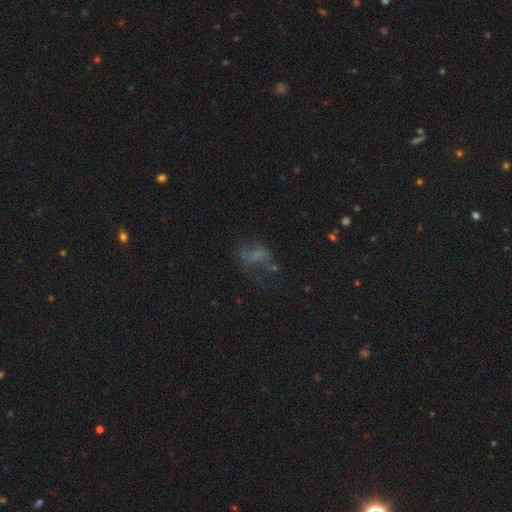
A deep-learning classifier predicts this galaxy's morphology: Smooth or featured? smooth (39%)
Merging? major disturbance (37%)